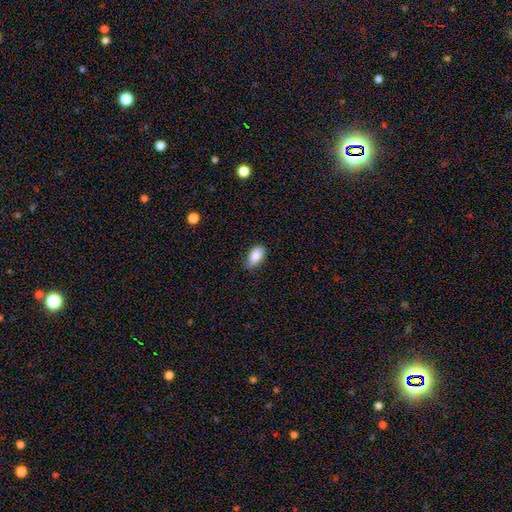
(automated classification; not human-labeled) Smooth or featured: smooth — 88% (star or artifact — 7%)
How rounded: in between — 93% (round — 5%)
Merging: none — 76% (minor disturbance — 20%)